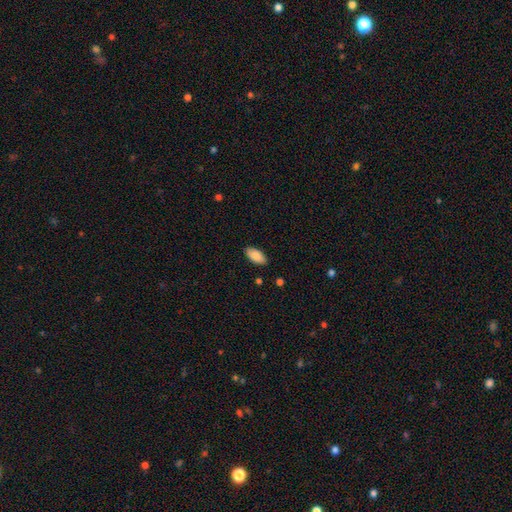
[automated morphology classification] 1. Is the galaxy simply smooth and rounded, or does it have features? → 86% smooth, 7% featured or disk, 6% star or artifact.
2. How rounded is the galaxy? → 94% in between, 4% cigar-shaped, 2% round.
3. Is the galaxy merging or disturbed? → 87% none, 10% minor disturbance, 2% major disturbance, 1% merger.